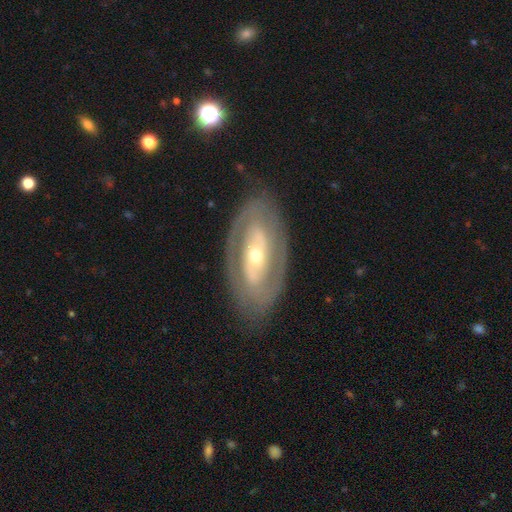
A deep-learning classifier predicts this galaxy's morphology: type=featured or disk (79%); edge-on=no (91%); bar=no (45%); spiral arms=yes (59%); bulge=small (50%); merging=none (81%).